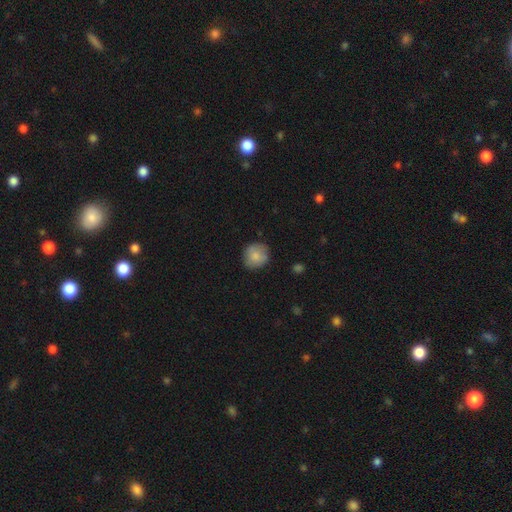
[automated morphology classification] type=smooth (82%); roundness=round (87%); merging=none (79%).